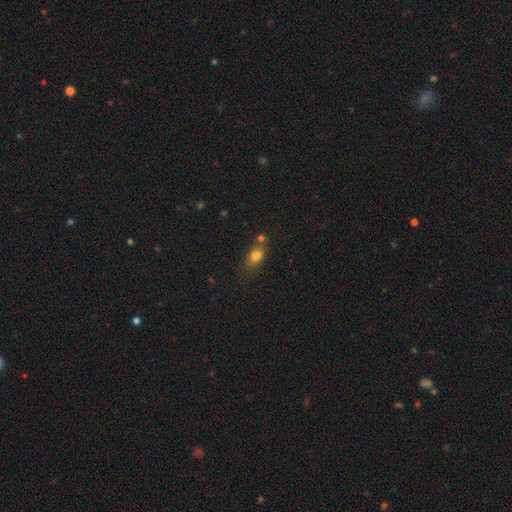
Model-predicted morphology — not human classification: smooth_or_featured: smooth (p=0.79) [alt: star or artifact p=0.11]
how_rounded: in between (p=0.77) [alt: round p=0.18]
merging: none (p=0.51) [alt: merger p=0.26]